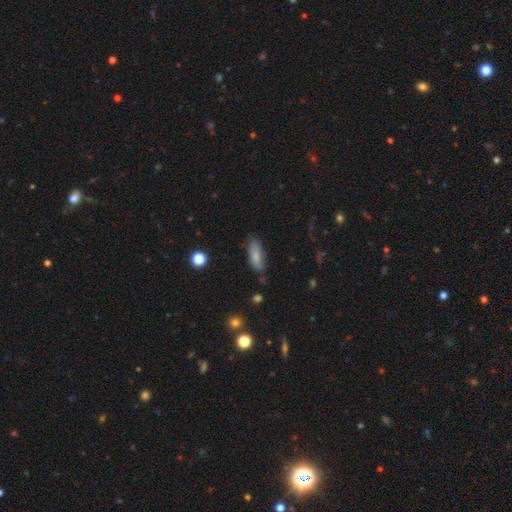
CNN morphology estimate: Smooth or featured? Predicted: smooth (p=0.75). How rounded? Predicted: in between (p=0.70). Merging? Predicted: none (p=0.66).